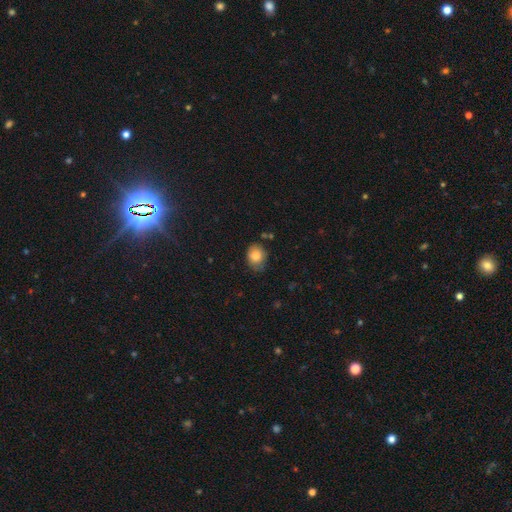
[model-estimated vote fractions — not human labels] smooth 83%, star or artifact 9%, featured or disk 8%. Down the decision tree: how rounded — round (54%); merging — none (67%).